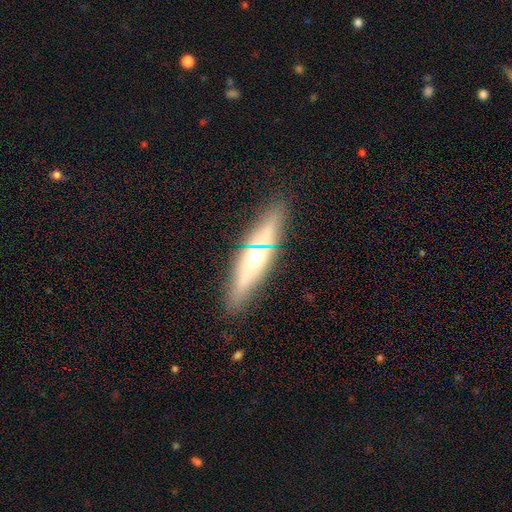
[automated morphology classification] This appears to be a featured or disk galaxy (52%) viewed edge-on (84%). Merging: none (85%).